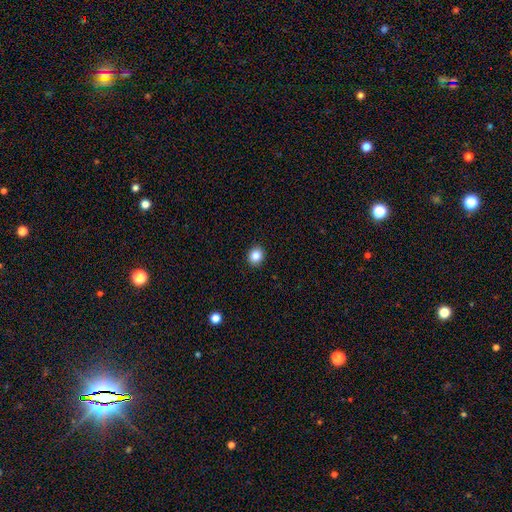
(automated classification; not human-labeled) Smooth or featured? smooth (85%)
How rounded? round (78%)
Merging? none (92%)